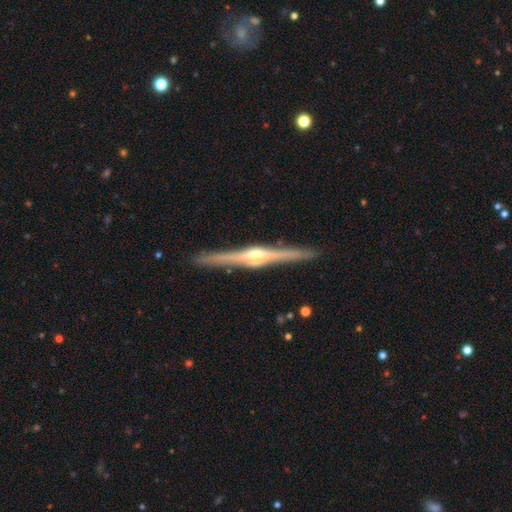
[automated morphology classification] A featured or disk galaxy (86%) viewed edge-on (98%) with a rounded central bulge (86%).

Vote fractions:
- Smooth or featured? featured or disk: 86% / smooth: 9% / star or artifact: 5%
- Edge-on disk? yes: 98% / no: 2%
- Edge-on bulge? rounded: 86% / boxy: 10% / none: 4%
- Merging? none: 91% / minor disturbance: 7% / major disturbance: 1% / merger: 1%